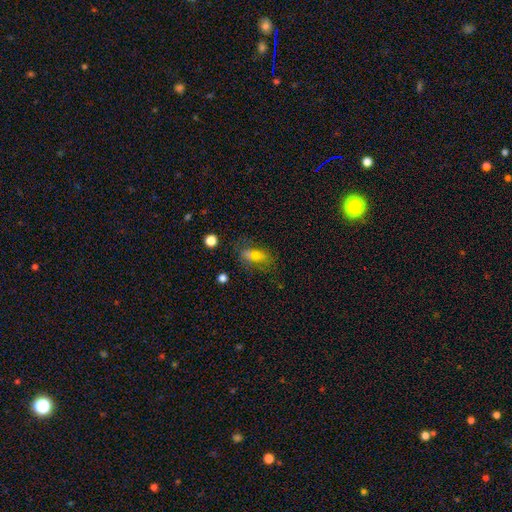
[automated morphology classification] Smooth or featured? smooth (65%)
How rounded? in between (74%)
Merging? none (40%)